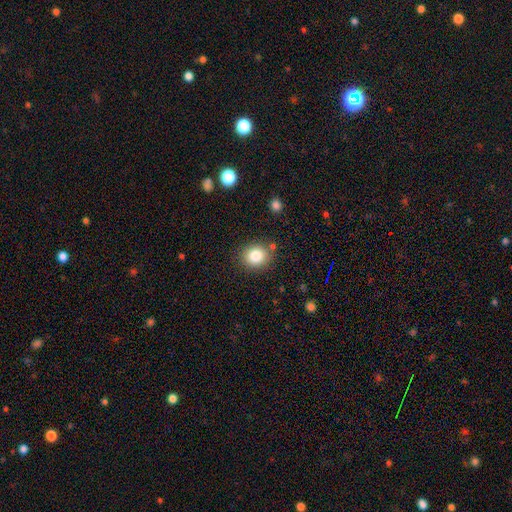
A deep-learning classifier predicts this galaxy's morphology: A smooth galaxy with no disk features (83%) that is round (78%). Merging: none (84%).